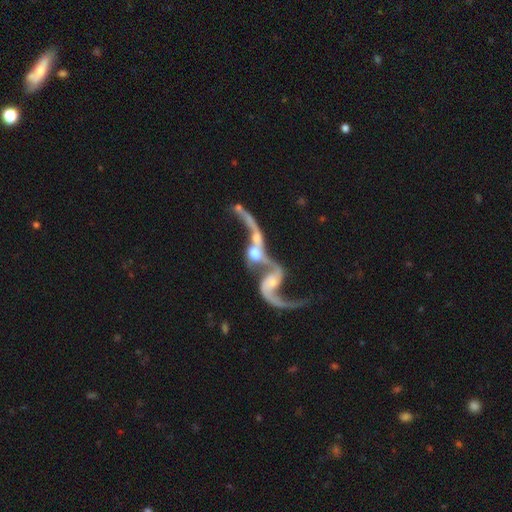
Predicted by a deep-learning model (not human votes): smooth_or_featured: featured or disk (p=0.75) [alt: smooth p=0.17]
disk_edge_on: no (p=0.91) [alt: yes p=0.09]
bar: no (p=0.63) [alt: weak p=0.26]
has_spiral_arms: yes (p=0.74) [alt: no p=0.26]
spiral_winding: loose (p=0.90) [alt: medium p=0.07]
spiral_arm_count: 2 (p=0.73) [alt: 1 p=0.17]
bulge_size: moderate (p=0.35) [alt: small p=0.28]
merging: merger (p=0.78) [alt: major disturbance p=0.09]